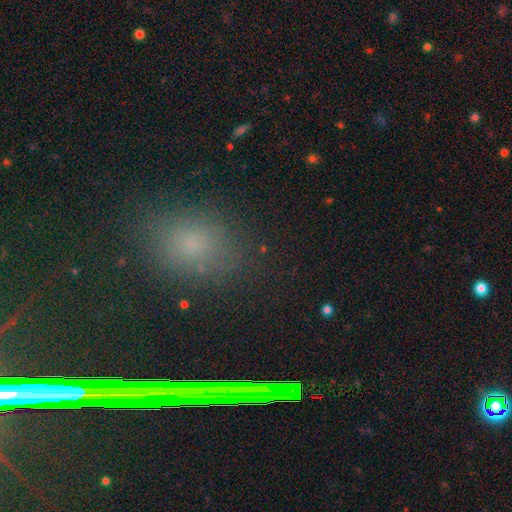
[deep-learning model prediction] A smooth galaxy with no disk features (57%) that is round (52%). Merging: none (84%).